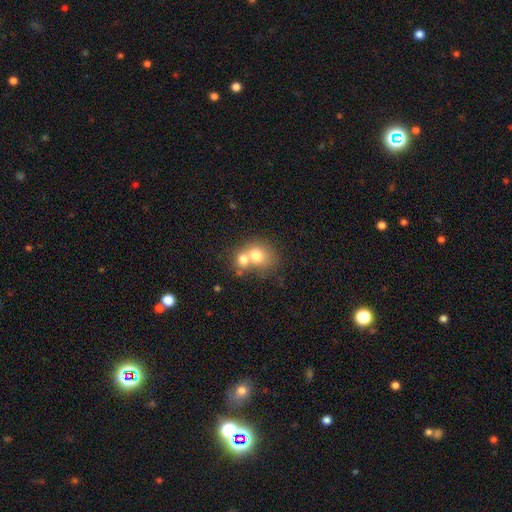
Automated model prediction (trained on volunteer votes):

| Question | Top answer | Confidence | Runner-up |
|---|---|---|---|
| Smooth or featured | smooth | 71% | featured or disk (19%) |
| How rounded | round | 63% | in between (36%) |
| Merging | merger | 64% | none (26%) |